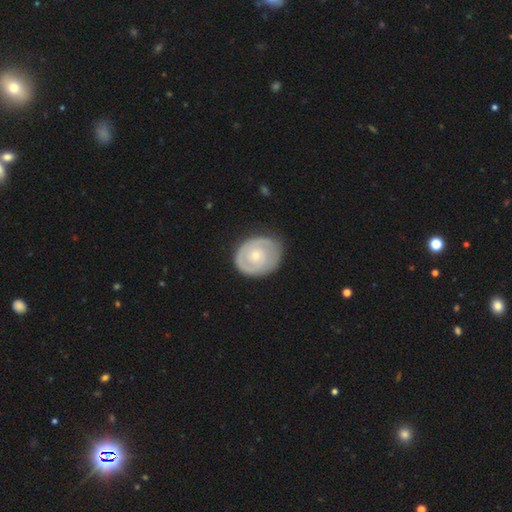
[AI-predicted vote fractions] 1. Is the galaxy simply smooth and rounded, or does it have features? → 64% featured or disk, 31% smooth, 4% star or artifact.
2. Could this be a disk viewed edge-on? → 97% no, 3% yes.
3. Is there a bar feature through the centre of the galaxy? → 83% no, 15% weak, 3% strong.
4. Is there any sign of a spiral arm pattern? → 67% yes, 33% no.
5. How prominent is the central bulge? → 63% small, 33% moderate, 2% large, 1% none, 1% dominant.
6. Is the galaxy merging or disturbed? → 77% none, 17% minor disturbance, 5% major disturbance, 1% merger.